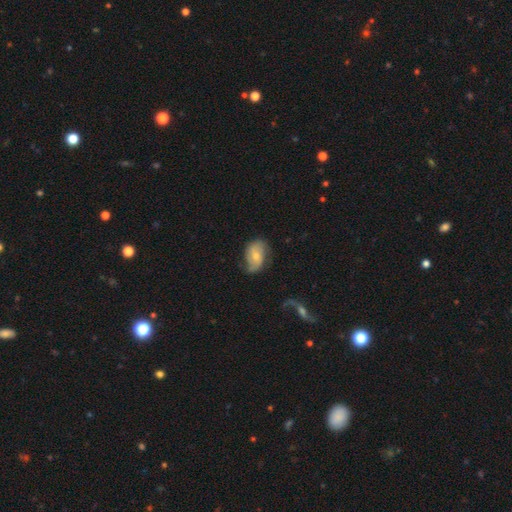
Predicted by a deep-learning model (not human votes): A featured or disk galaxy (50%).

Vote fractions:
- Smooth or featured? featured or disk: 50% / smooth: 43% / star or artifact: 7%
- Merging? none: 55% / minor disturbance: 30% / major disturbance: 13% / merger: 2%